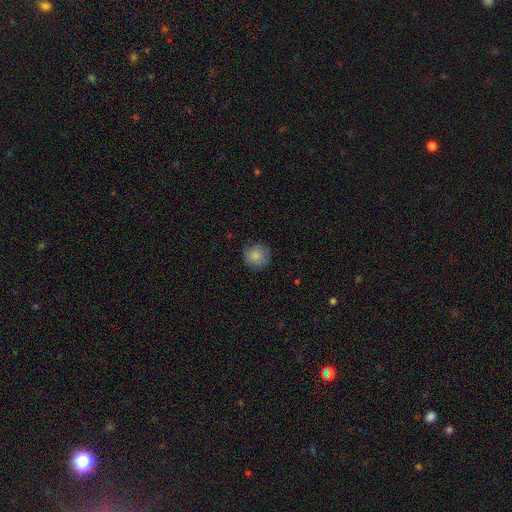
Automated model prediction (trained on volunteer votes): smooth_or_featured: smooth (p=0.84) [alt: star or artifact p=0.08]
how_rounded: round (p=0.93) [alt: in between p=0.06]
merging: none (p=0.83) [alt: minor disturbance p=0.14]